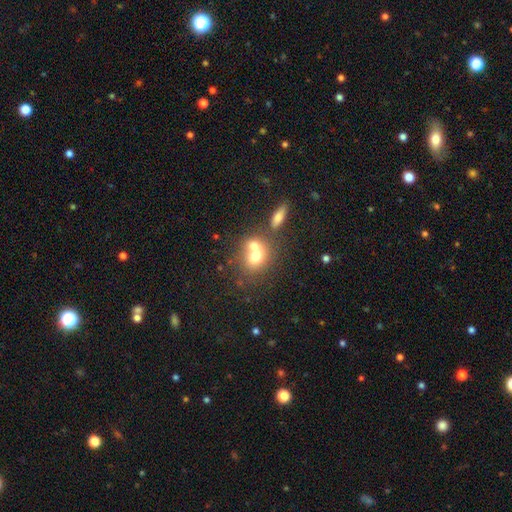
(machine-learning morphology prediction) smooth-or-featured: smooth: 68% | featured or disk: 21% | star or artifact: 11%
  how-rounded: round: 61% | in between: 37% | cigar-shaped: 1%
  merging: merger: 59% | none: 30% | minor disturbance: 7% | major disturbance: 4%